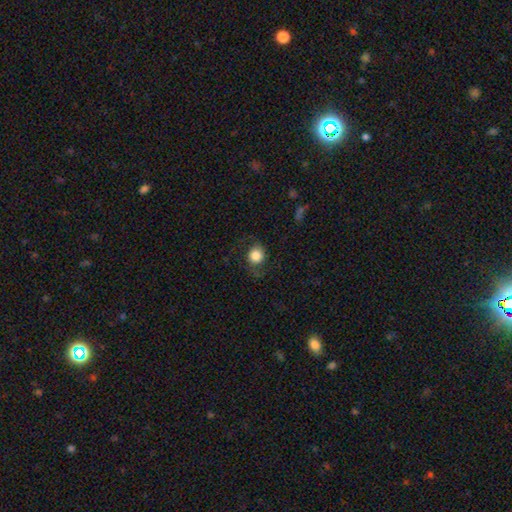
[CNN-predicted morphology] This appears to be a smooth galaxy with no disk features (76%) that is round (77%). Merging: none (70%).